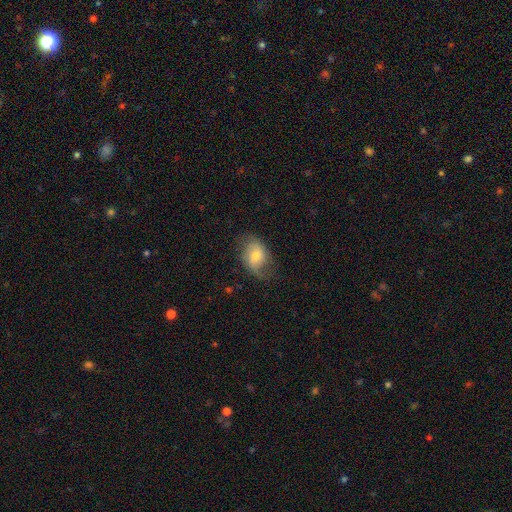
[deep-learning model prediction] smooth-or-featured: smooth: 46% | featured or disk: 45% | star or artifact: 9%
  merging: none: 63% | minor disturbance: 24% | major disturbance: 11% | merger: 1%